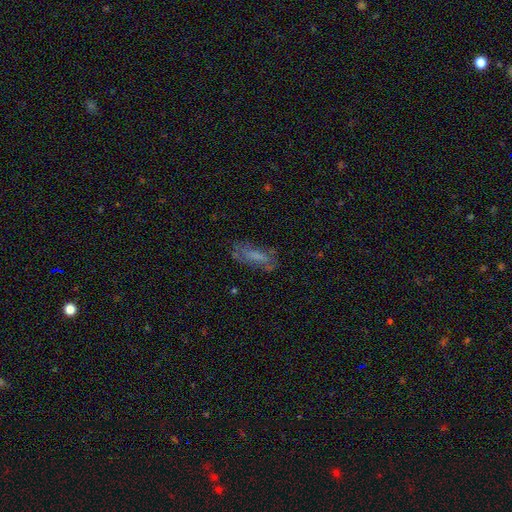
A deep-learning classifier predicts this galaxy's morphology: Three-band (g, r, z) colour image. It shows a smooth galaxy with no disk features (53%) that is in between round and cigar-shaped (62%). Merging: none (58%).